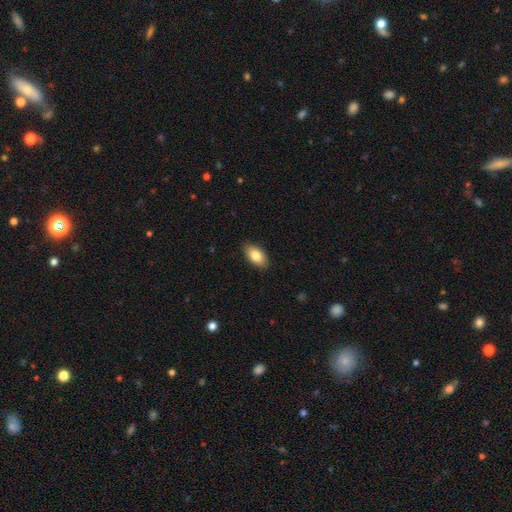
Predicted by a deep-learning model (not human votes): Smooth or featured?
  - smooth: 83% *
  - featured or disk: 10%
  - star or artifact: 7%
How rounded?
  - in between: 93% *
  - round: 4%
  - cigar-shaped: 3%
Merging?
  - none: 87% *
  - minor disturbance: 10%
  - major disturbance: 2%
  - merger: 1%